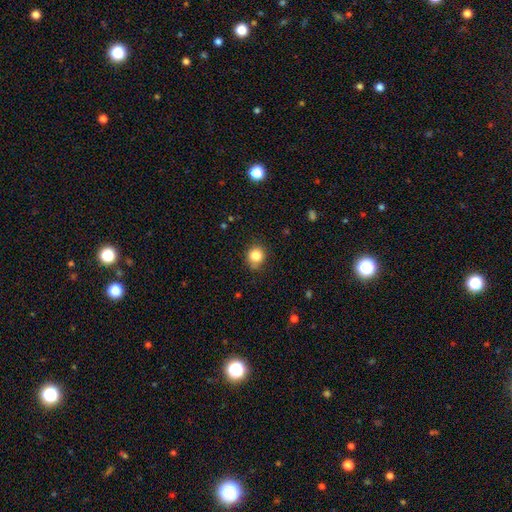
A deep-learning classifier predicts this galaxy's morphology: This appears to be a smooth galaxy with no disk features (83%) that is round (84%). Merging: none (80%).